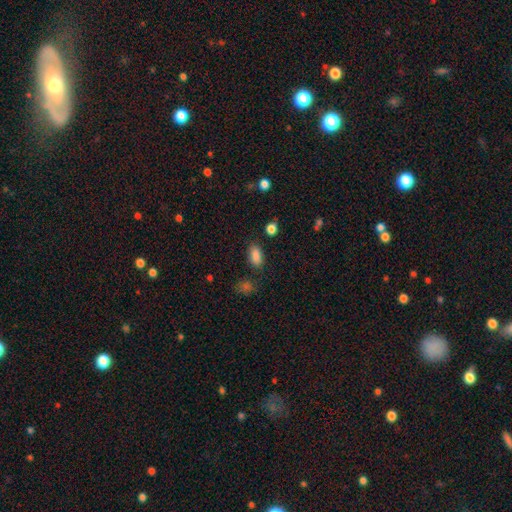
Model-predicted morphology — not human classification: type=smooth (86%); roundness=in between (90%); merging=none (81%).